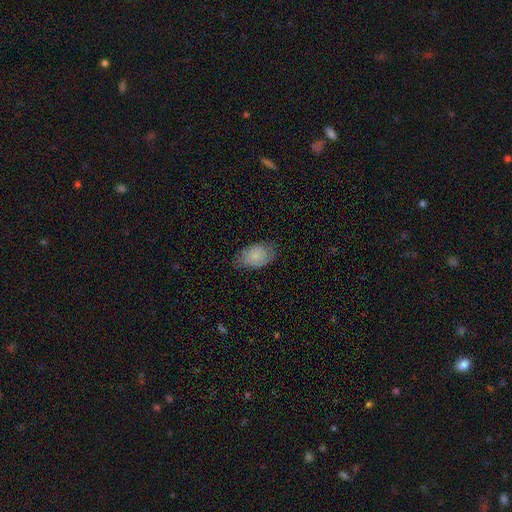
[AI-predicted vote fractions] A smooth galaxy with no disk features (76%) that is in between round and cigar-shaped (88%).

Vote fractions:
- Smooth or featured? smooth: 76% / featured or disk: 17% / star or artifact: 7%
- How rounded? in between: 88% / round: 11% / cigar-shaped: 1%
- Merging? none: 68% / minor disturbance: 25% / major disturbance: 6% / merger: 1%